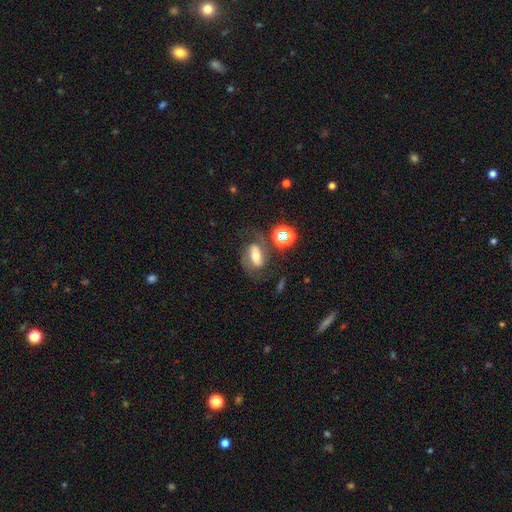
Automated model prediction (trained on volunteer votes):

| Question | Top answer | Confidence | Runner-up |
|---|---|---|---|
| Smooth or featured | featured or disk | 60% | smooth (27%) |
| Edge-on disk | no | 93% | yes (7%) |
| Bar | strong | 46% | weak (29%) |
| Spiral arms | yes | 81% | no (19%) |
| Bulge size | moderate | 57% | small (25%) |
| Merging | none | 59% | minor disturbance (17%) |